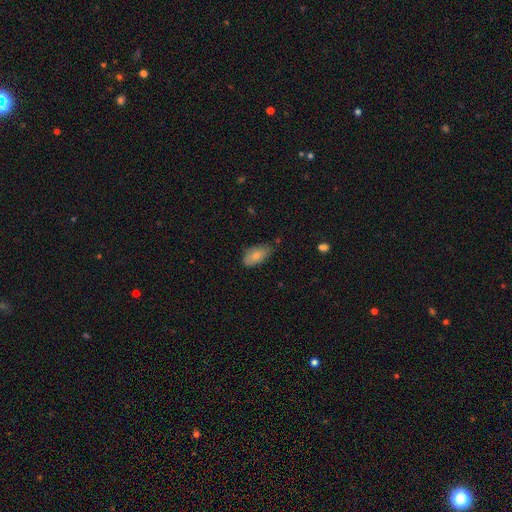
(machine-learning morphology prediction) smooth_or_featured: smooth (p=0.80) [alt: featured or disk p=0.14]
how_rounded: in between (p=0.92) [alt: cigar-shaped p=0.04]
merging: none (p=0.64) [alt: minor disturbance p=0.29]